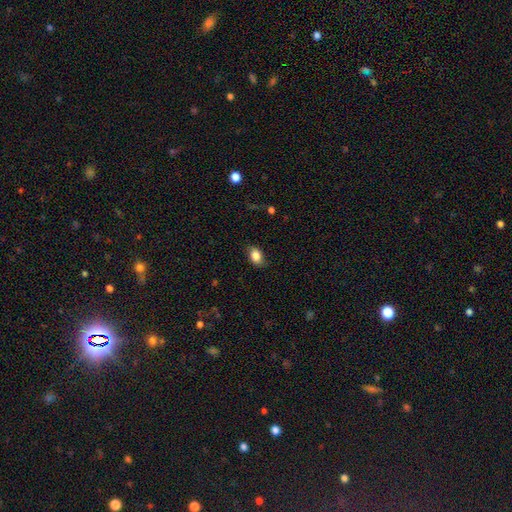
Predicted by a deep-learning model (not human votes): smooth 85%, star or artifact 8%, featured or disk 7%. Down the decision tree: how rounded — in between (85%); merging — none (82%).